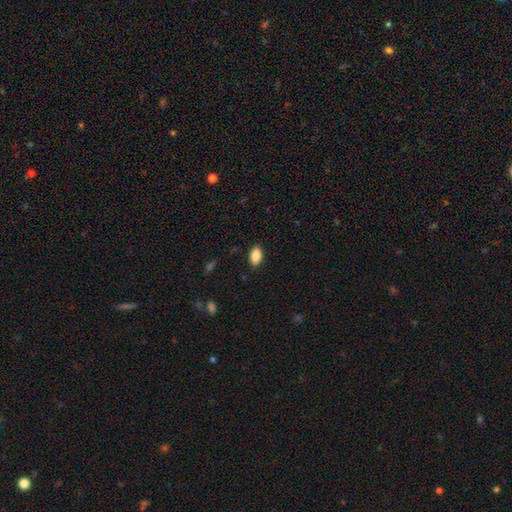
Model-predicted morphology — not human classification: Smooth or featured? Predicted: smooth (p=0.88). How rounded? Predicted: in between (p=0.92). Merging? Predicted: none (p=0.87).